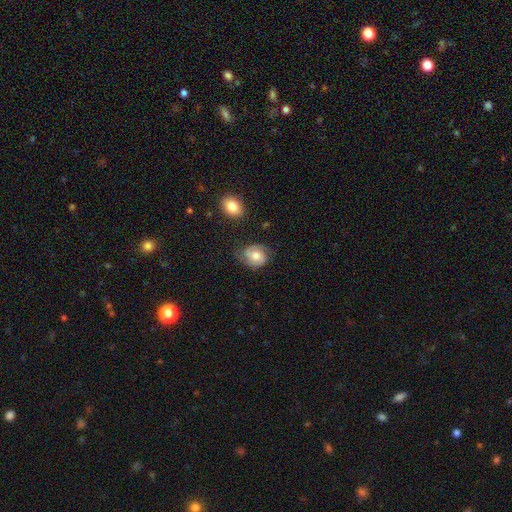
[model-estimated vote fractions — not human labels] This is likely a featured or disk galaxy (65%). It is clearly not viewed edge-on (98%). Bar: likely no (61%). Spiral arm pattern: clearly yes (93%). Spiral arm count: clearly 2 (85%). Spiral winding: marginally tight (44%). Central bulge: likely moderate (60%). Merging: likely none (70%).